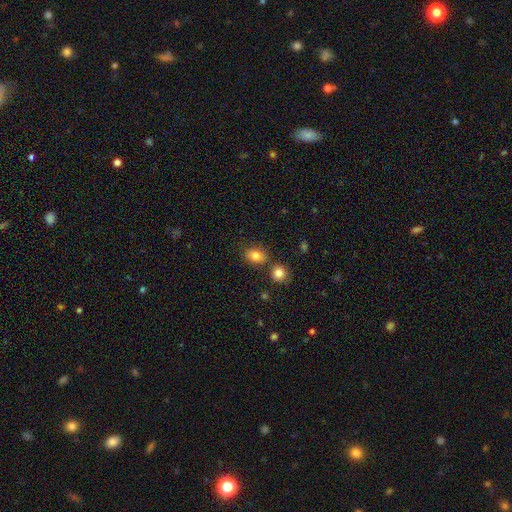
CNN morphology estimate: A smooth galaxy with no disk features (82%) that is in between round and cigar-shaped (56%). Merging: none (72%).